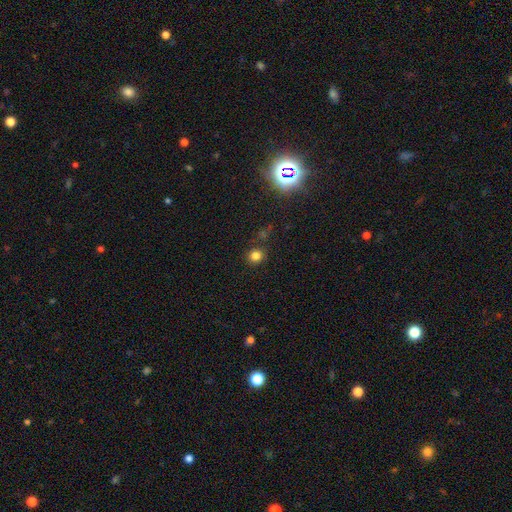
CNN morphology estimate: Smooth or featured? Predicted: smooth (p=0.78). How rounded? Predicted: round (p=0.86). Merging? Predicted: none (p=0.82).